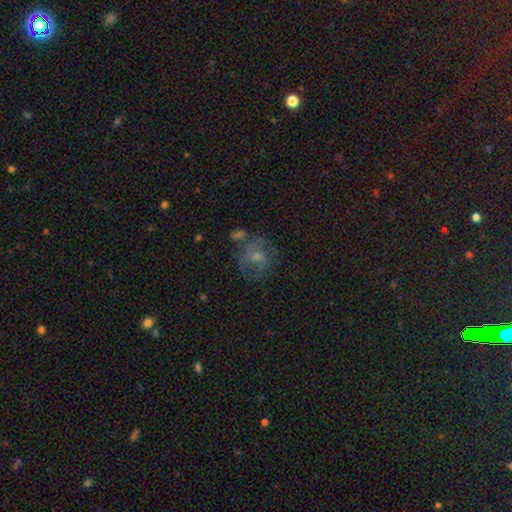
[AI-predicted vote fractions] Smooth or featured: featured or disk — 57% (smooth — 29%)
Edge-on disk: no — 97% (yes — 3%)
Bar: no — 49% (weak — 42%)
Spiral arms: yes — 74% (no — 26%)
Bulge size: small — 42% (moderate — 39%)
Merging: none — 56% (minor disturbance — 19%)